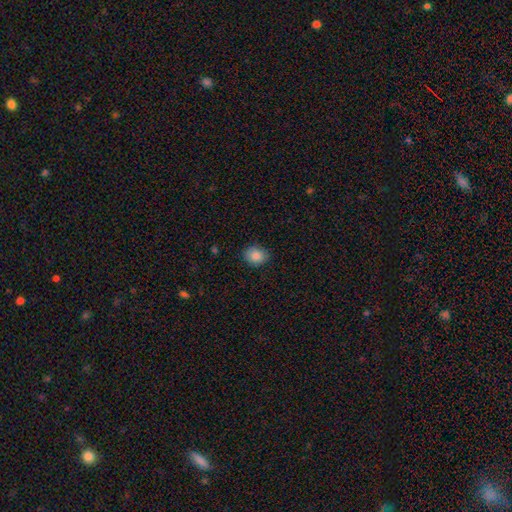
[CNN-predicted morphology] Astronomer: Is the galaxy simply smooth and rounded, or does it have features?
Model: smooth — 86%.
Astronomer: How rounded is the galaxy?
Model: round — 60% (runner-up: in between, 39%).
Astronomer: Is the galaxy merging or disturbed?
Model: none — 87%.